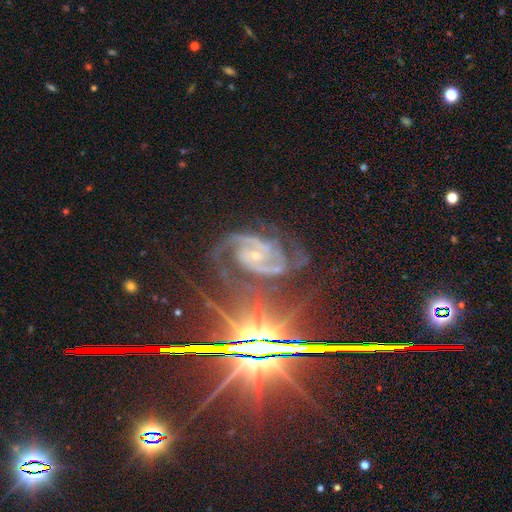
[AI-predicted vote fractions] Morphology: type=featured or disk (84%); edge-on=no (98%); bar=no (55%); spiral arms=yes (98%); winding=medium (47%); arm count=2 (57%); bulge=small (75%); merging=none (56%).